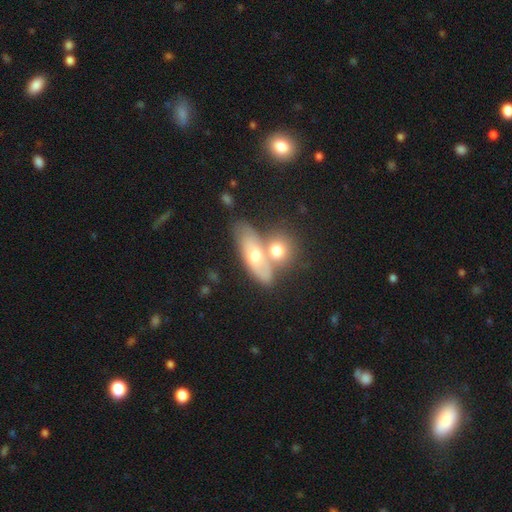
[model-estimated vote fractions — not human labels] Smooth or featured? Predicted: smooth (p=0.51). How rounded? Predicted: in between (p=0.65). Merging? Predicted: merger (p=0.46).